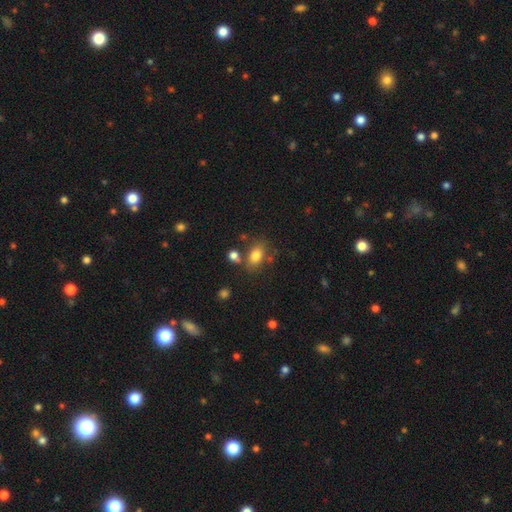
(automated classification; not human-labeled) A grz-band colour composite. It shows a smooth galaxy with no disk features (80%) that is in between round and cigar-shaped (79%). Merging: none (67%).